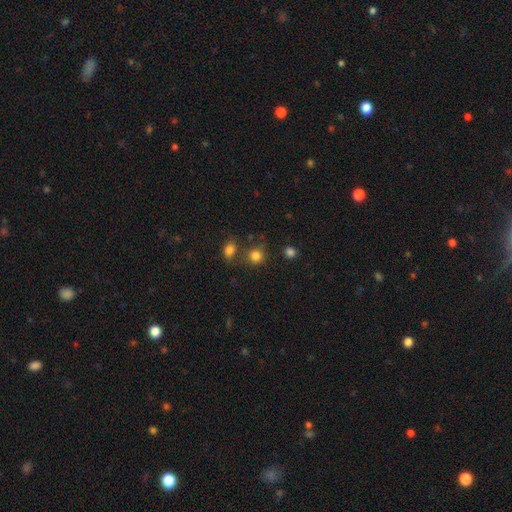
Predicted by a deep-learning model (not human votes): smooth-or-featured: smooth: 81% | star or artifact: 13% | featured or disk: 6%
  how-rounded: round: 81% | in between: 18% | cigar-shaped: 1%
  merging: none: 66% | merger: 17% | minor disturbance: 12% | major disturbance: 5%